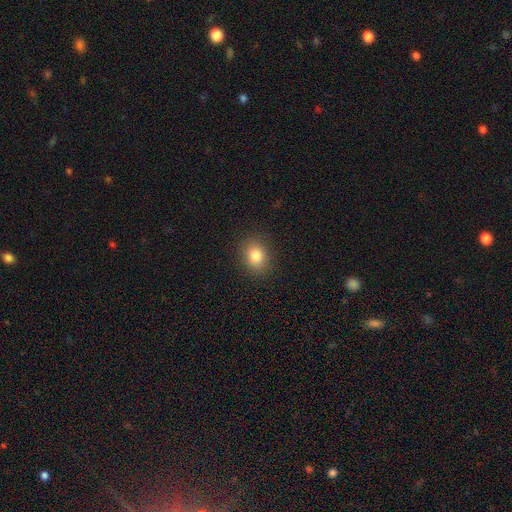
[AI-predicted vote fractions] smooth-or-featured: smooth: 82% | star or artifact: 11% | featured or disk: 7%
  how-rounded: round: 50% | in between: 49% | cigar-shaped: 1%
  merging: none: 88% | minor disturbance: 8% | major disturbance: 3% | merger: 1%